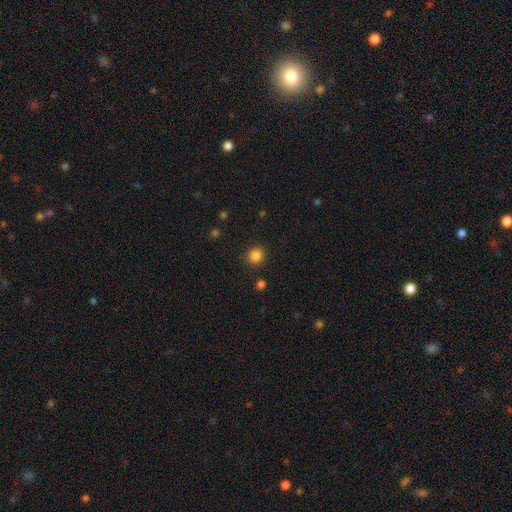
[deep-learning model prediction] This appears to be a smooth galaxy with no disk features (85%) that is round (87%). Merging: none (89%).